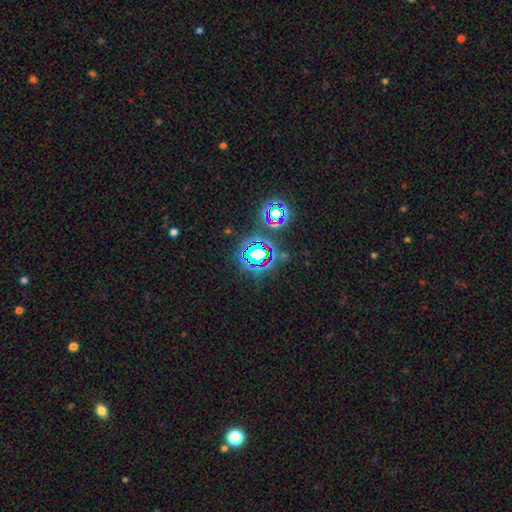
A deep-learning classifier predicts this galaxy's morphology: Smooth or featured? star or artifact (78%)